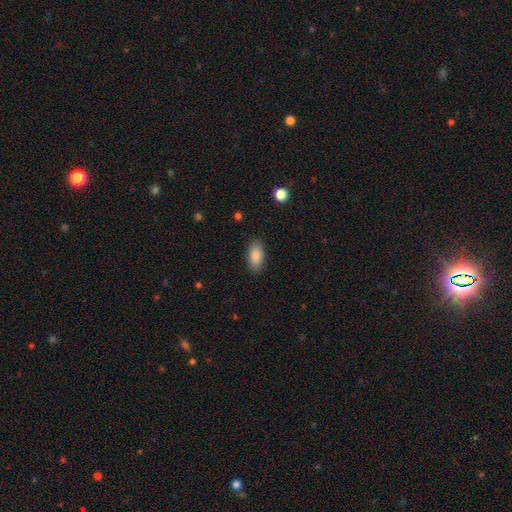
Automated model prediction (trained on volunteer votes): Morphology: type=smooth (87%); roundness=in between (91%); merging=none (86%).